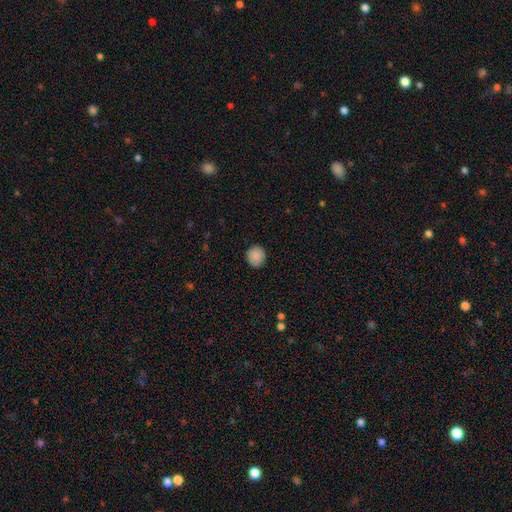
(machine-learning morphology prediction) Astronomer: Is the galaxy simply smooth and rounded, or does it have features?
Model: smooth — 88%.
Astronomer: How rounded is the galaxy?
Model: round — 87%.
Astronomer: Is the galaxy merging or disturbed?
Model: none — 88%.